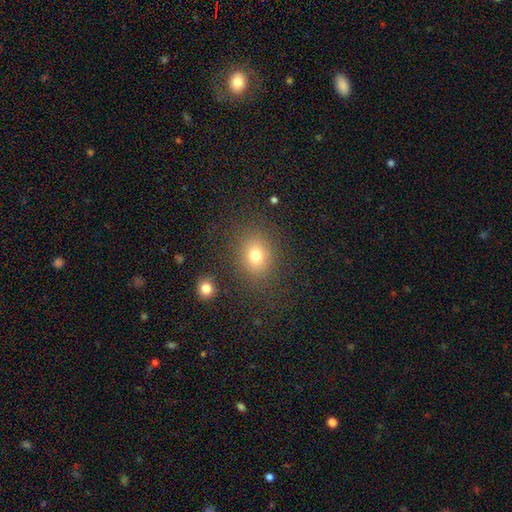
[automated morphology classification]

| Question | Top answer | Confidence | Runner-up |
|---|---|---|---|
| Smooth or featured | smooth | 77% | star or artifact (14%) |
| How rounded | round | 54% | in between (45%) |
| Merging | none | 82% | minor disturbance (10%) |